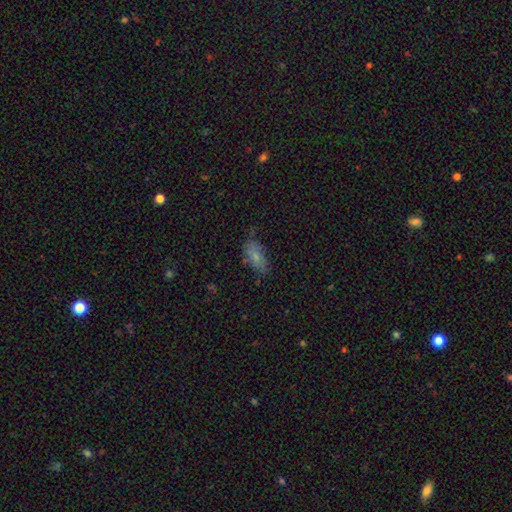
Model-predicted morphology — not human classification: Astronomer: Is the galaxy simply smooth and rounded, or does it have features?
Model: smooth — 74%.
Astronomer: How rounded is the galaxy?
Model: in between — 86%.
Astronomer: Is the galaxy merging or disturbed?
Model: none — 63%.